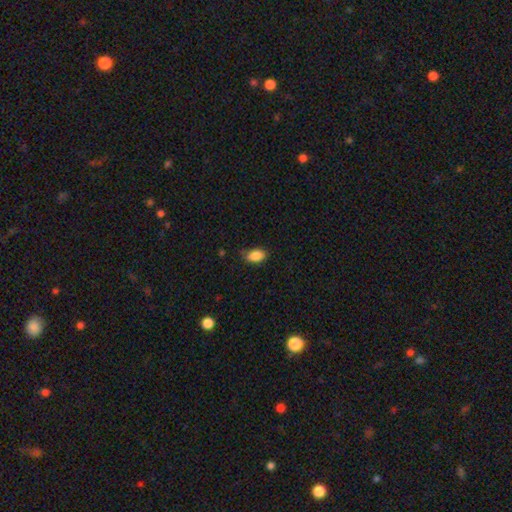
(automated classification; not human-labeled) Smooth or featured? smooth (87%)
How rounded? in between (89%)
Merging? none (72%)